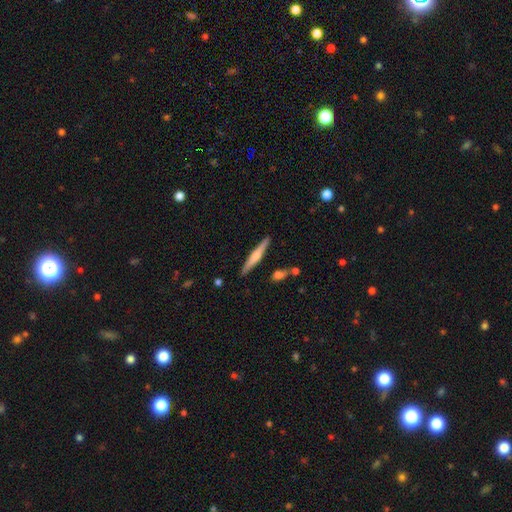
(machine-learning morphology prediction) This is possibly a featured or disk galaxy (57%). It is clearly viewed edge-on (97%). Edge-on bulge: likely rounded (80%). Merging: clearly none (89%).